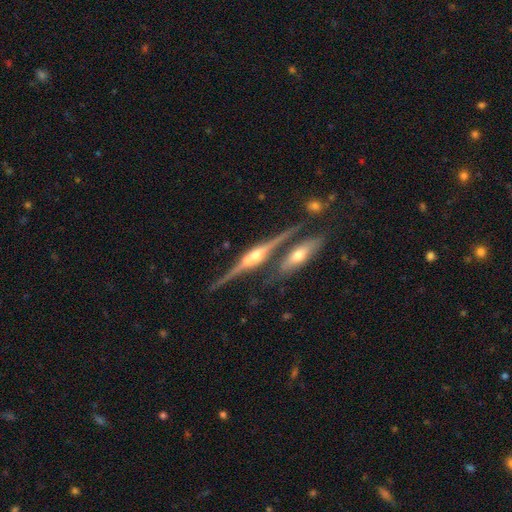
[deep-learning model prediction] smooth_or_featured: featured or disk (p=0.82) [alt: smooth p=0.11]
disk_edge_on: yes (p=0.96) [alt: no p=0.04]
edge_on_bulge: rounded (p=0.92) [alt: boxy p=0.05]
merging: none (p=0.64) [alt: merger p=0.22]